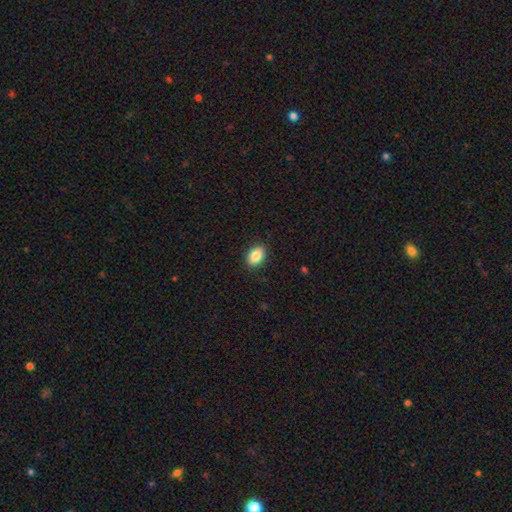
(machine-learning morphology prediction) smooth-or-featured: smooth: 87% | star or artifact: 8% | featured or disk: 5%
  how-rounded: in between: 86% | round: 12% | cigar-shaped: 1%
  merging: none: 89% | minor disturbance: 8% | major disturbance: 2% | merger: 1%